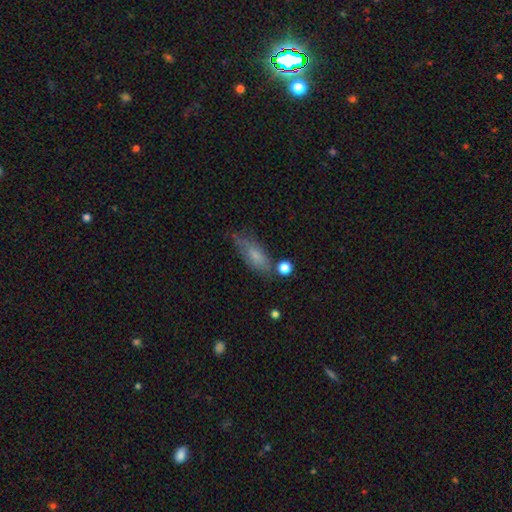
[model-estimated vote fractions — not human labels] Q: Smooth or featured?
A: smooth (70%); runner-up: featured or disk (21%)
Q: How rounded?
A: in between (69%); runner-up: cigar-shaped (28%)
Q: Merging?
A: none (57%); runner-up: minor disturbance (27%)